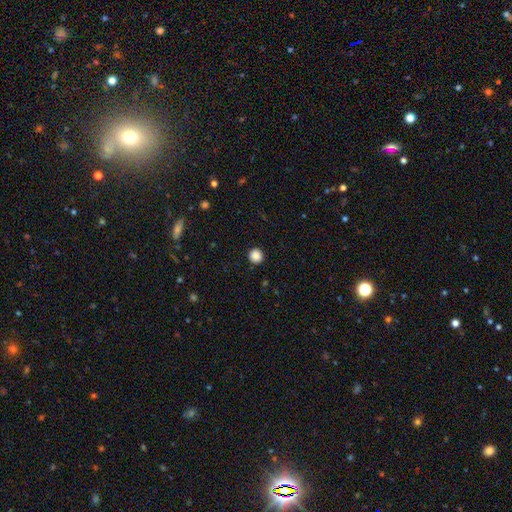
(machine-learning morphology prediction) Smooth or featured?
  - smooth: 87% *
  - star or artifact: 10%
  - featured or disk: 3%
How rounded?
  - round: 94% *
  - in between: 5%
  - cigar-shaped: 1%
Merging?
  - none: 92% *
  - minor disturbance: 5%
  - major disturbance: 2%
  - merger: 1%